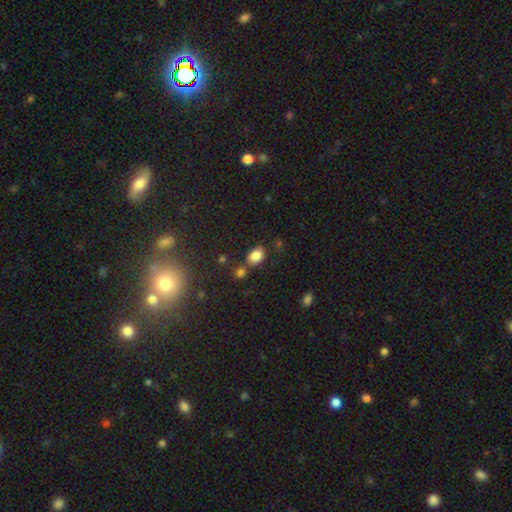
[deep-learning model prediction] Smooth or featured? Predicted: smooth (p=0.83). How rounded? Predicted: in between (p=0.76). Merging? Predicted: none (p=0.69).